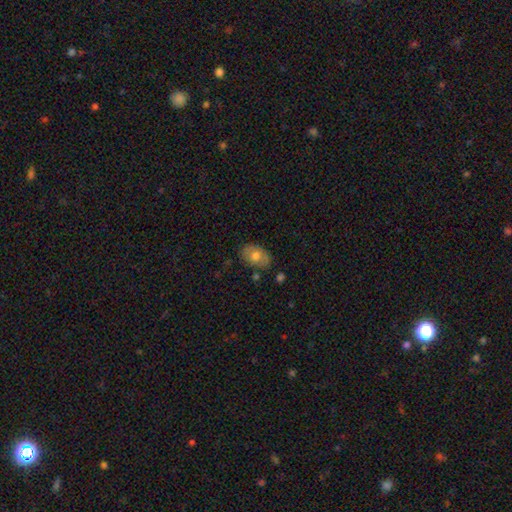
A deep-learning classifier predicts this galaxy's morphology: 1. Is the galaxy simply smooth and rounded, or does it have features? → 68% smooth, 25% featured or disk, 7% star or artifact.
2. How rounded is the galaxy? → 83% in between, 16% round, 1% cigar-shaped.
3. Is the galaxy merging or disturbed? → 76% none, 17% minor disturbance, 4% major disturbance, 3% merger.